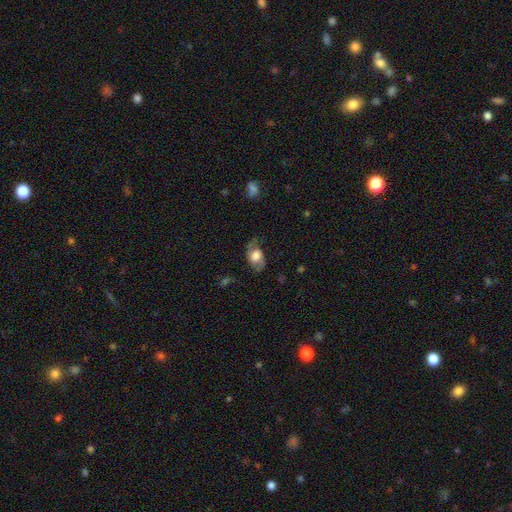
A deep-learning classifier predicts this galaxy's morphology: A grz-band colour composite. It shows a featured or disk galaxy (58%) with no bar (63%), spiral arms (83%) and a large central bulge (52%). Merging: none (65%).